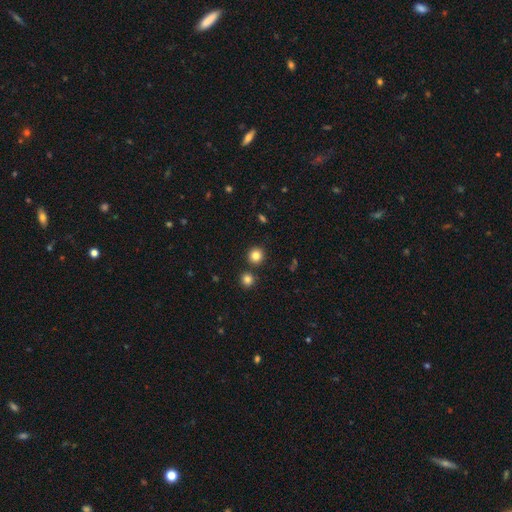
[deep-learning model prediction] The model was most divided on "smooth or featured": smooth: 82%, star or artifact: 13%, featured or disk: 5%. More confident: how rounded — round (93%); merging — none (87%).